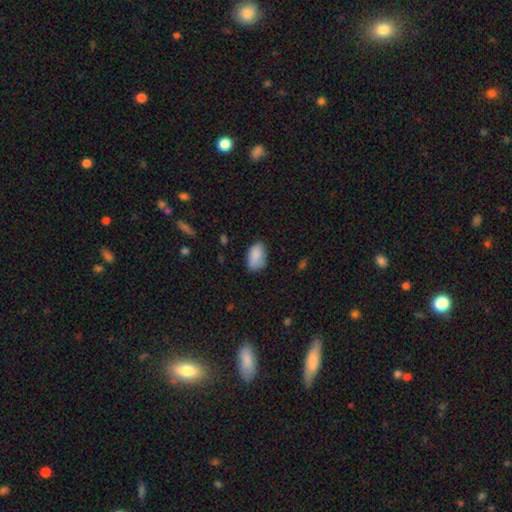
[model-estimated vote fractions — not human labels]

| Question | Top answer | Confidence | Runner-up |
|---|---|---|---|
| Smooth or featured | smooth | 87% | star or artifact (7%) |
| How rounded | in between | 93% | round (6%) |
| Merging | none | 70% | minor disturbance (24%) |